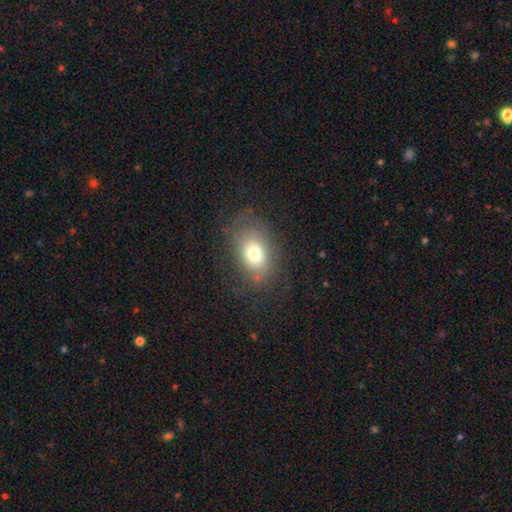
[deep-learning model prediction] smooth_or_featured: smooth (p=0.65) [alt: featured or disk p=0.23]
how_rounded: in between (p=0.74) [alt: round p=0.25]
merging: none (p=0.71) [alt: minor disturbance p=0.17]